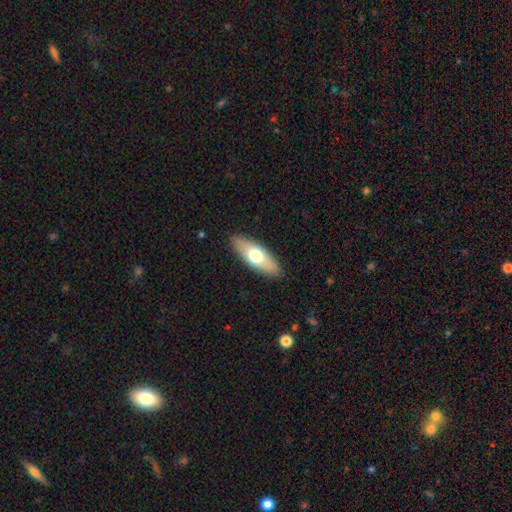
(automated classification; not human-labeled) The model was most divided on "smooth or featured": smooth: 62%, featured or disk: 33%, star or artifact: 6%. More confident: merging — none (88%); how rounded — in between (69%).